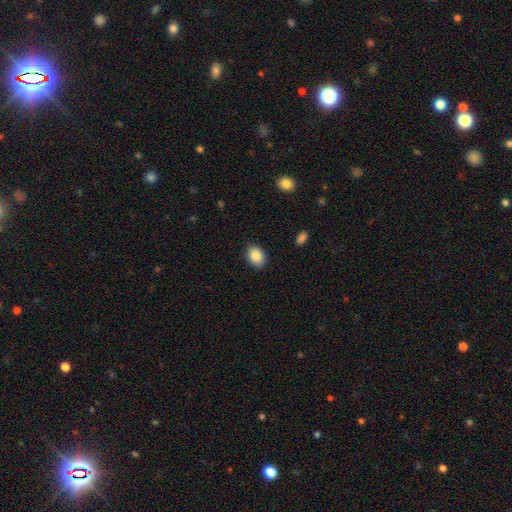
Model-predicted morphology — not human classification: Q: Smooth or featured?
A: smooth (87%); runner-up: star or artifact (8%)
Q: How rounded?
A: in between (69%); runner-up: round (30%)
Q: Merging?
A: none (88%); runner-up: minor disturbance (9%)